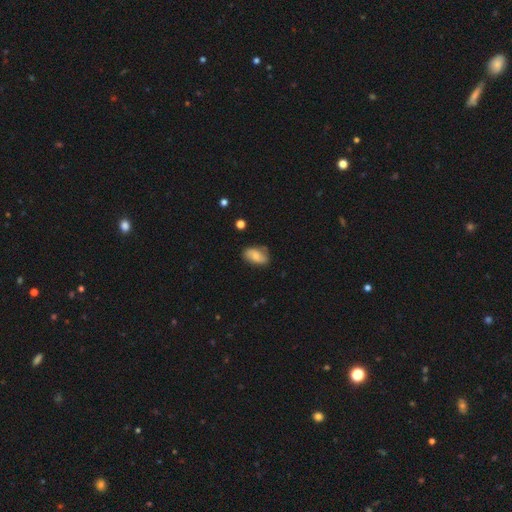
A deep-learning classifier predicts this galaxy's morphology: type=smooth (55%); roundness=in between (90%); merging=none (73%).